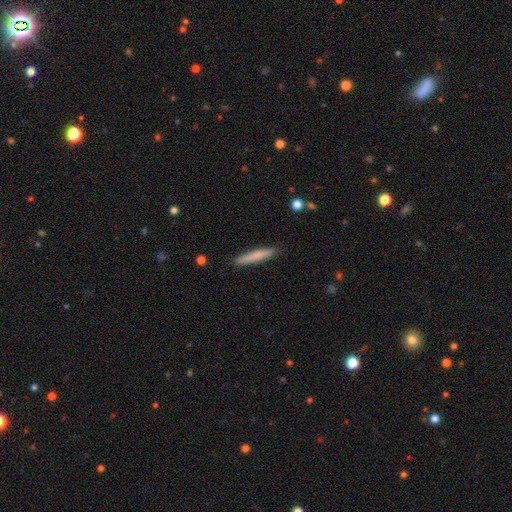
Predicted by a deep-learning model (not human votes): A smooth galaxy with no disk features (74%) that is cigar-shaped (96%).

Vote fractions:
- Smooth or featured? smooth: 74% / featured or disk: 21% / star or artifact: 6%
- How rounded? cigar-shaped: 96% / in between: 3% / round: 1%
- Merging? none: 89% / minor disturbance: 8% / major disturbance: 1% / merger: 1%